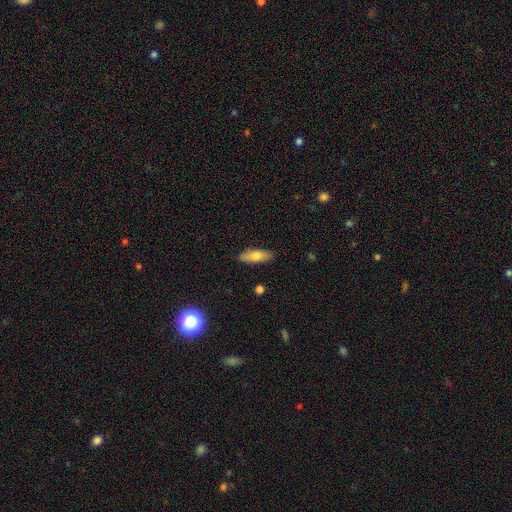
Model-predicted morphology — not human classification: Smooth or featured?
  - smooth: 73% *
  - featured or disk: 20%
  - star or artifact: 7%
How rounded?
  - in between: 63% *
  - cigar-shaped: 34%
  - round: 2%
Merging?
  - none: 86% *
  - minor disturbance: 10%
  - major disturbance: 2%
  - merger: 1%